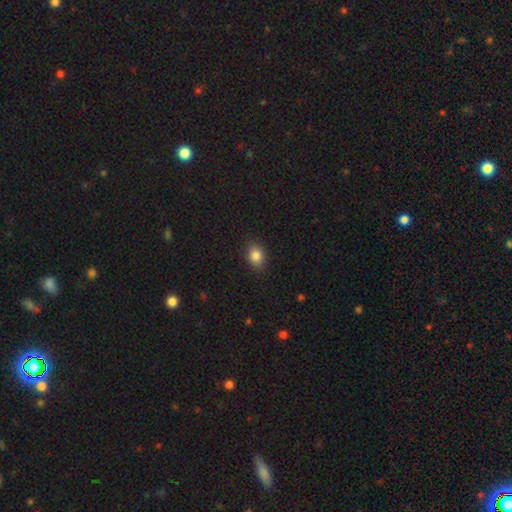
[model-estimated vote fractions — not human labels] A smooth galaxy with no disk features (85%) that is in between round and cigar-shaped (61%). Merging: none (85%).